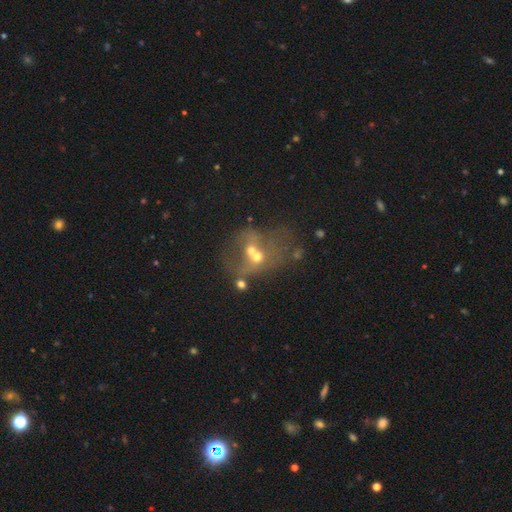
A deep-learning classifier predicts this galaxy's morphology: featured or disk 45%, smooth 37%, star or artifact 19%. Down the decision tree: merging — merger (60%).